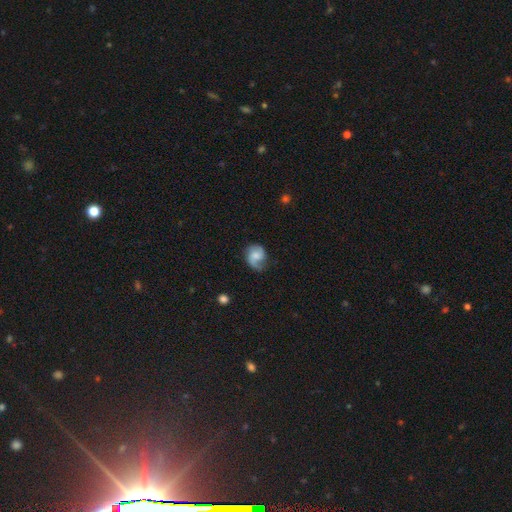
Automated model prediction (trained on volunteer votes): Smooth or featured?
  - featured or disk: 64% *
  - smooth: 28%
  - star or artifact: 8%
Edge-on disk?
  - no: 98% *
  - yes: 2%
Bar?
  - no: 59% *
  - weak: 35%
  - strong: 6%
Spiral arms?
  - yes: 94% *
  - no: 6%
Spiral winding?
  - medium: 44% *
  - loose: 35%
  - tight: 21%
Spiral arm count?
  - 2: 72% *
  - 1: 19%
  - can't tell: 6%
  - 3: 1%
  - 4: 1%
  - more than 4: 1%
Bulge size?
  - moderate: 40% *
  - small: 33%
  - none: 16%
  - large: 9%
  - dominant: 2%
Merging?
  - none: 62% *
  - minor disturbance: 25%
  - major disturbance: 12%
  - merger: 2%